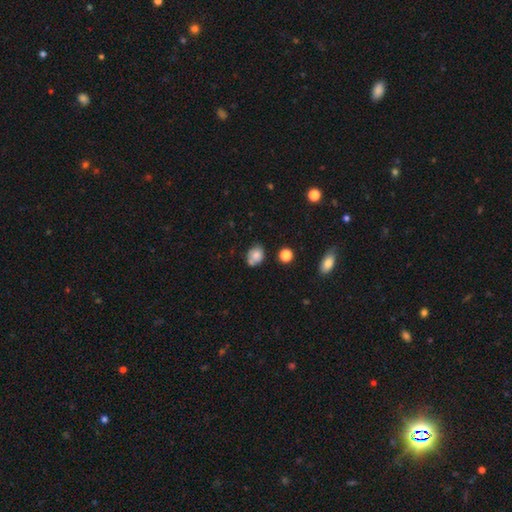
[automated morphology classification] Smooth or featured?
  - smooth: 76% *
  - featured or disk: 14%
  - star or artifact: 11%
How rounded?
  - in between: 52% *
  - round: 47%
  - cigar-shaped: 1%
Merging?
  - none: 57% *
  - minor disturbance: 24%
  - merger: 13%
  - major disturbance: 6%